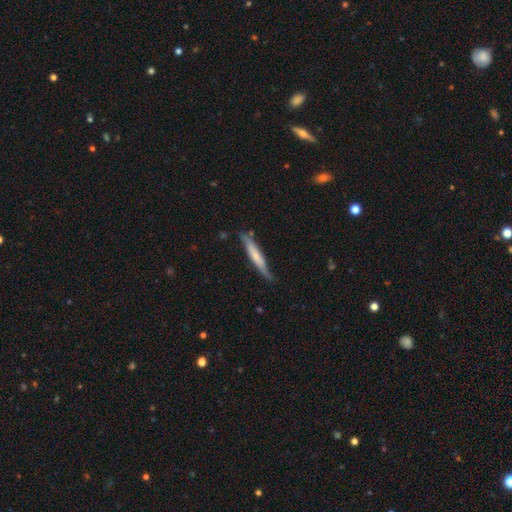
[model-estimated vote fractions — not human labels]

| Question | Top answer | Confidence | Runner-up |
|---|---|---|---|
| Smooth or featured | smooth | 53% | featured or disk (42%) |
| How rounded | cigar-shaped | 94% | in between (5%) |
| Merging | none | 73% | minor disturbance (21%) |